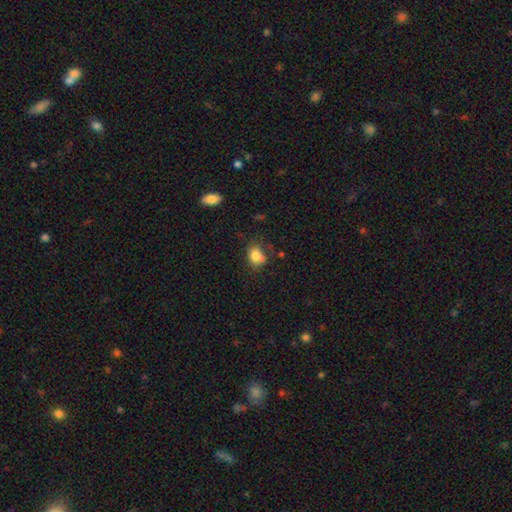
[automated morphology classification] Smooth or featured? Predicted: smooth (p=0.81). How rounded? Predicted: in between (p=0.50). Merging? Predicted: none (p=0.55).